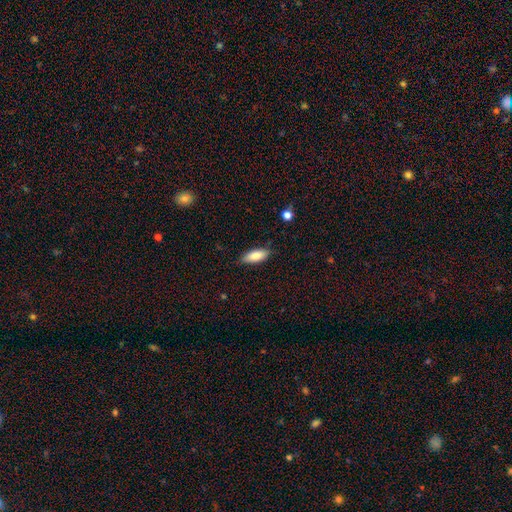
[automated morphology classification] Smooth or featured? smooth (84%)
How rounded? in between (76%)
Merging? none (82%)